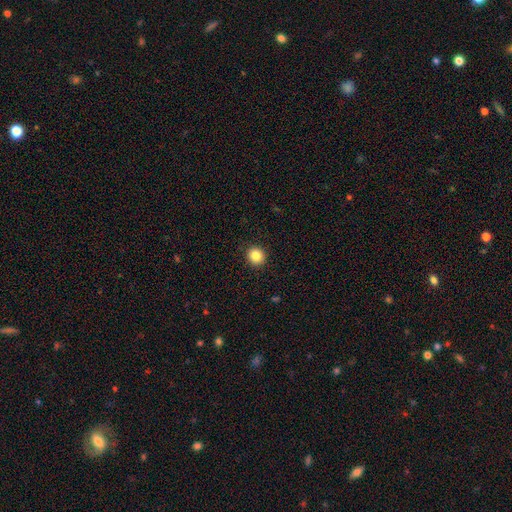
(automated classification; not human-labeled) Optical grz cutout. It shows a smooth galaxy with no disk features (85%) that is round (90%). Merging: none (92%).